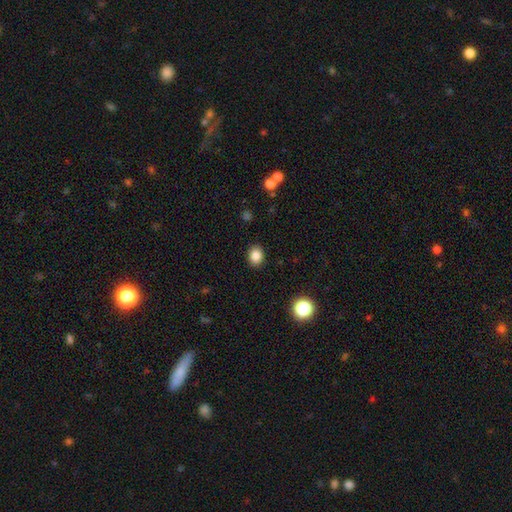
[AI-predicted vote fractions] Smooth or featured: smooth — 85% (star or artifact — 11%)
How rounded: round — 55% (in between — 44%)
Merging: none — 90% (minor disturbance — 7%)